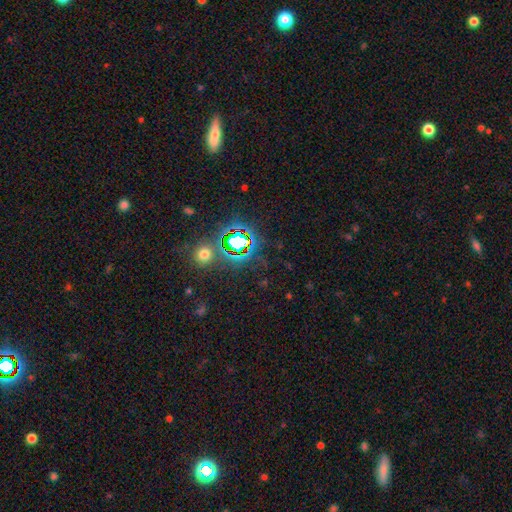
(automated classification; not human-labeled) The model was most divided on "smooth or featured": star or artifact: 76%, smooth: 16%, featured or disk: 9%.